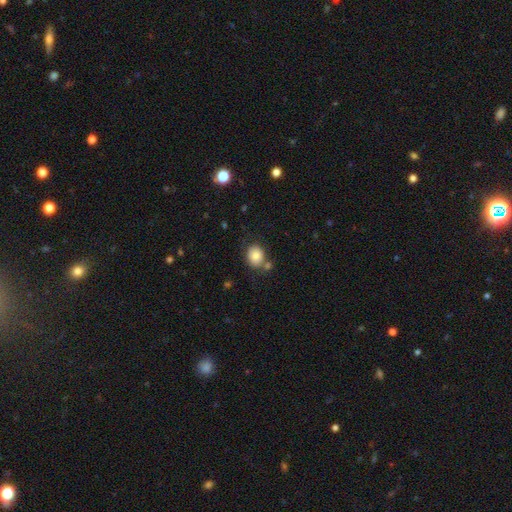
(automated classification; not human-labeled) Q: Smooth or featured?
A: smooth (82%); runner-up: star or artifact (9%)
Q: How rounded?
A: round (59%); runner-up: in between (40%)
Q: Merging?
A: none (70%); runner-up: minor disturbance (13%)